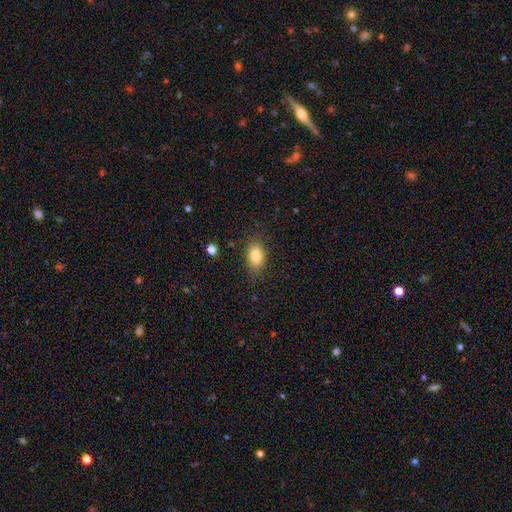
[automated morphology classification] Overall: smooth (81%). How rounded: in between (84%). Merging: none (82%).